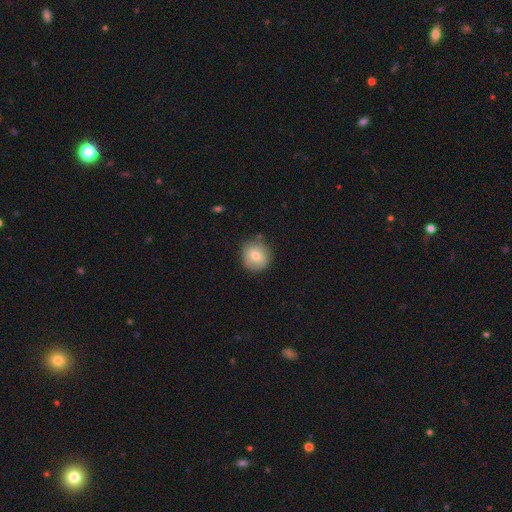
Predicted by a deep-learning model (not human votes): The model was most divided on "smooth or featured": smooth: 68%, featured or disk: 24%, star or artifact: 8%. More confident: how rounded — round (88%); merging — none (73%).